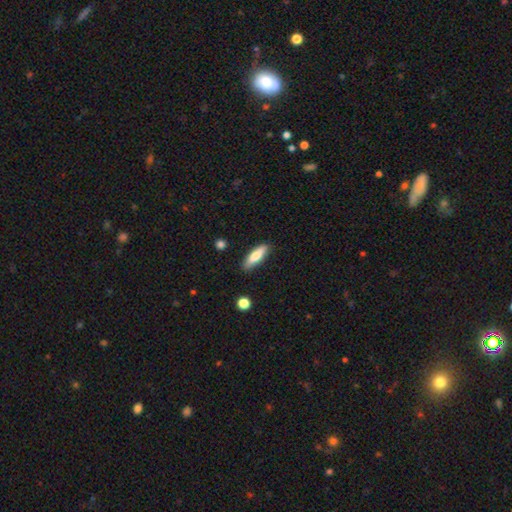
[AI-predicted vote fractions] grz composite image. It shows a smooth galaxy with no disk features (76%) that is cigar-shaped (60%). Merging: none (85%).